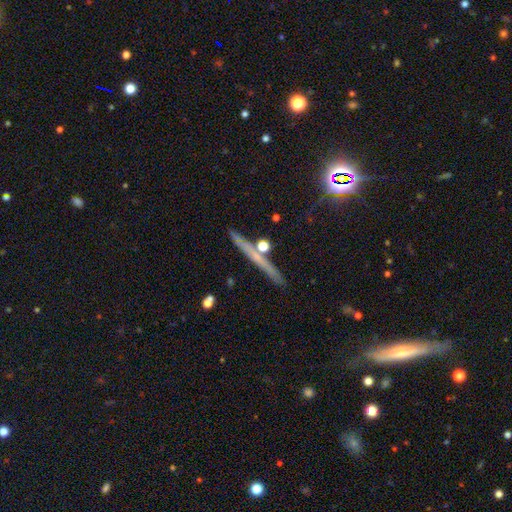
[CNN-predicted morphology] Q: Smooth or featured?
A: featured or disk (58%); runner-up: smooth (31%)
Q: Edge-on disk?
A: yes (96%); runner-up: no (4%)
Q: Edge-on bulge?
A: none (60%); runner-up: rounded (35%)
Q: Merging?
A: none (85%); runner-up: minor disturbance (8%)